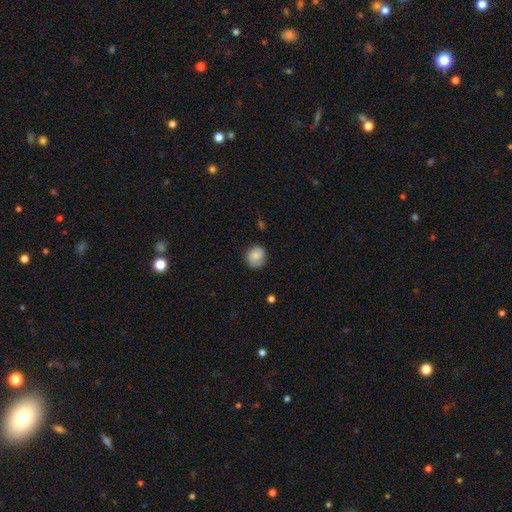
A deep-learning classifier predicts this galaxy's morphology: Smooth or featured? Predicted: smooth (p=0.82). How rounded? Predicted: round (p=0.85). Merging? Predicted: none (p=0.80).